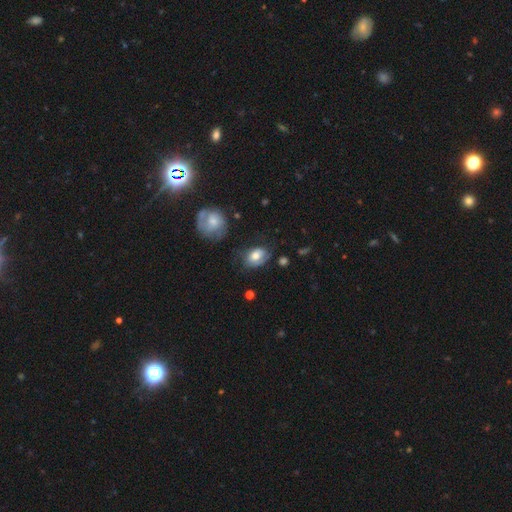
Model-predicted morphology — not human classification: A smooth galaxy with no disk features (64%) that is in between round and cigar-shaped (78%). Merging: none (51%).